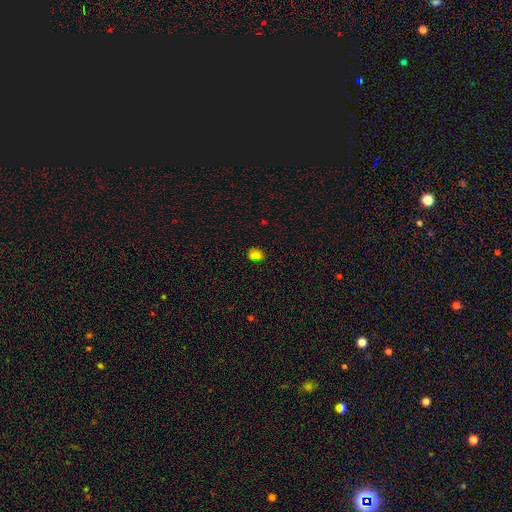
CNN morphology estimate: A smooth galaxy with no disk features (77%) that is in between round and cigar-shaped (57%). Merging: none (72%).